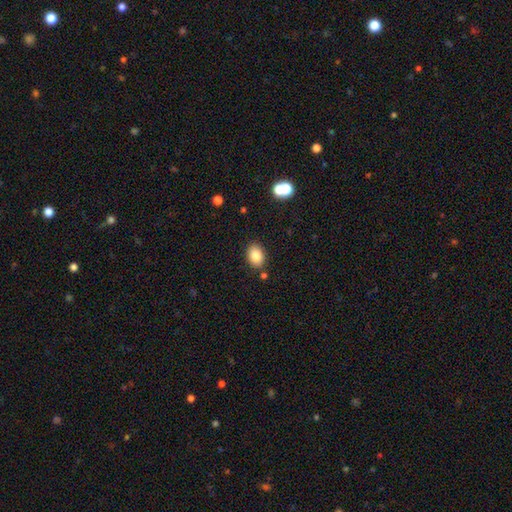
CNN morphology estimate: This is clearly a smooth galaxy (84%). How rounded: likely in between (77%). Merging: clearly none (85%).